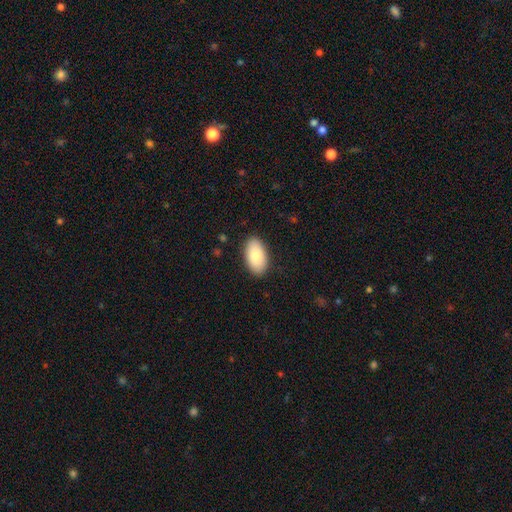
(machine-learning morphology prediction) This is clearly a smooth galaxy (85%). How rounded: clearly in between (95%). Merging: clearly none (87%).